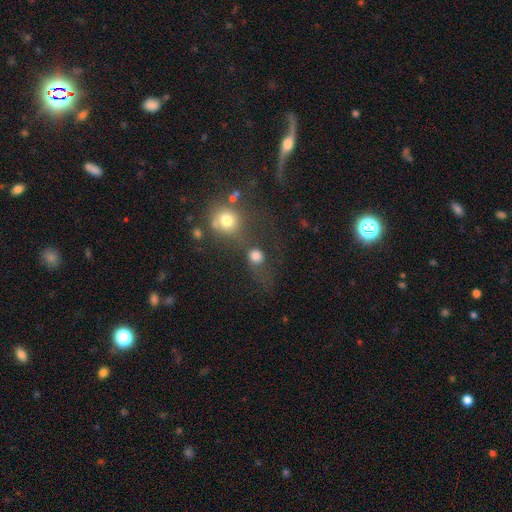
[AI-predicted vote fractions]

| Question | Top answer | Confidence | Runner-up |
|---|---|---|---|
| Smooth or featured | smooth | 76% | star or artifact (15%) |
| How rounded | round | 82% | in between (17%) |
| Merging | none | 50% | merger (23%) |